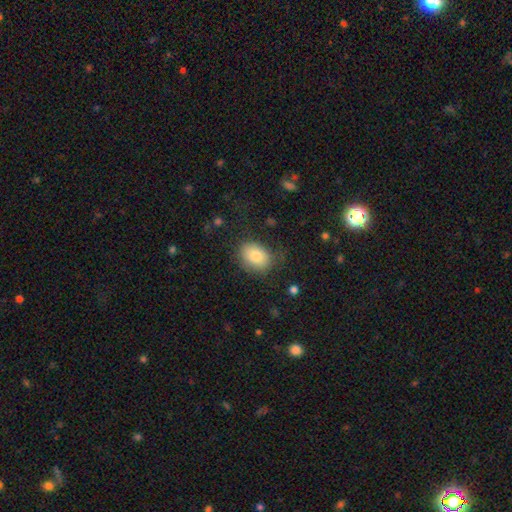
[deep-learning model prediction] Overall: smooth (83%). How rounded: in between (67%; round 32%). Merging: none (76%).